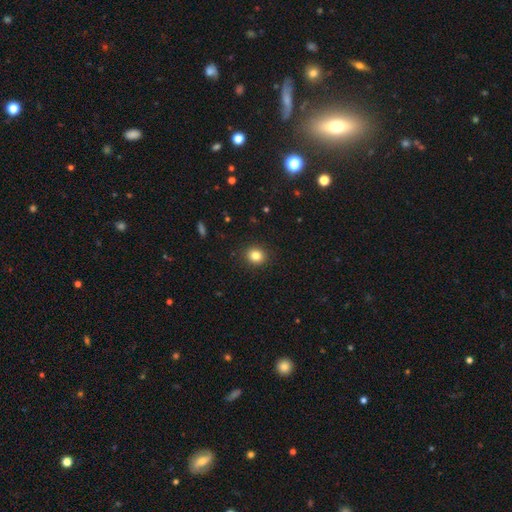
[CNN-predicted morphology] type=smooth (83%); roundness=round (81%); merging=none (91%).